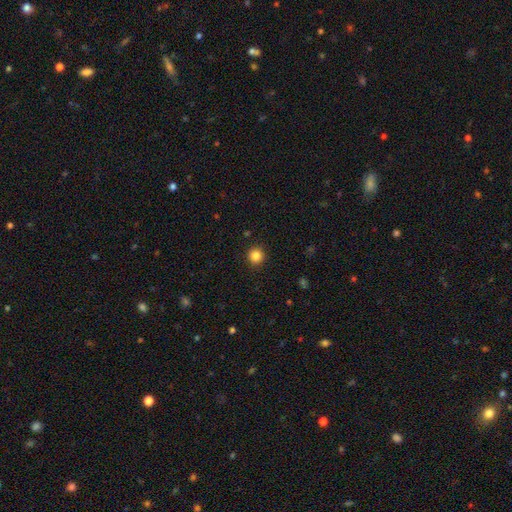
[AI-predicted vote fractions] Morphology: type=smooth (85%); roundness=round (95%); merging=none (92%).